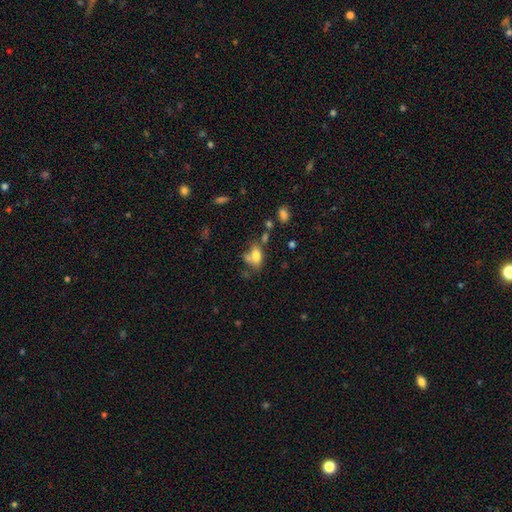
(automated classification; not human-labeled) Smooth or featured? Predicted: smooth (p=0.74). How rounded? Predicted: in between (p=0.85). Merging? Predicted: none (p=0.41).